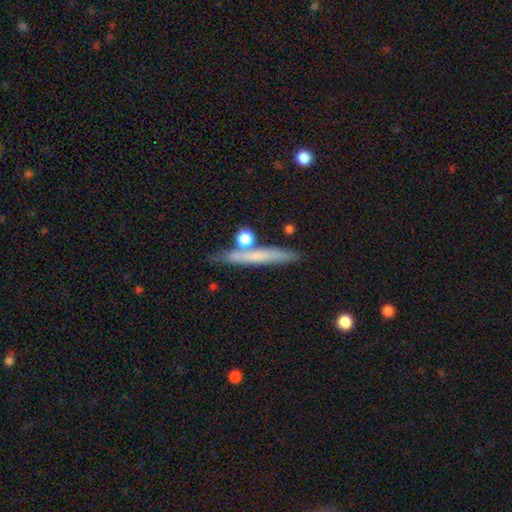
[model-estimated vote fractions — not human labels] Morphology: type=smooth (57%); roundness=cigar-shaped (93%); merging=none (75%).